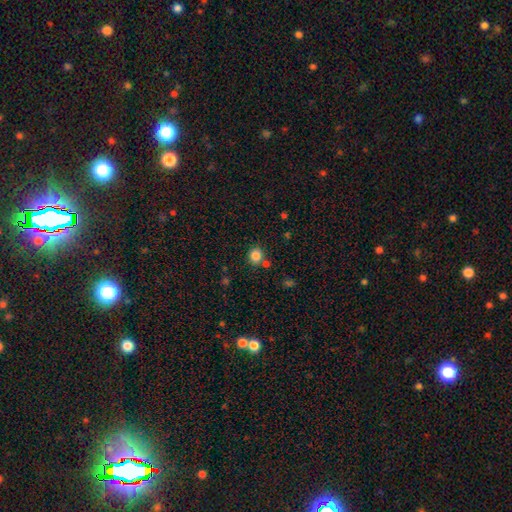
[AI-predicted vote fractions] Smooth or featured? smooth (84%)
How rounded? round (82%)
Merging? none (74%)